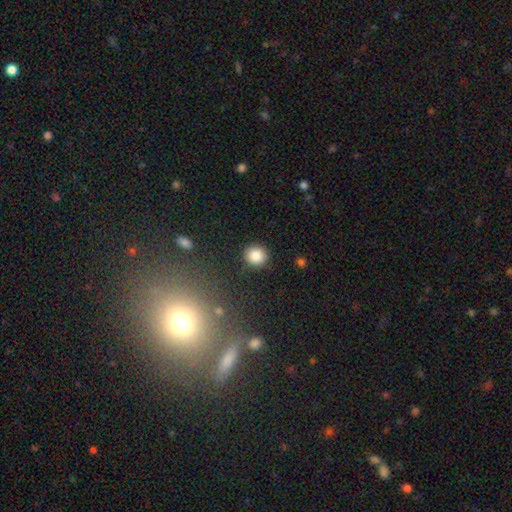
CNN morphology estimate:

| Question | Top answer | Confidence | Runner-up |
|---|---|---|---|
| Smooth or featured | smooth | 85% | star or artifact (10%) |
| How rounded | round | 88% | in between (11%) |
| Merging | none | 89% | minor disturbance (7%) |